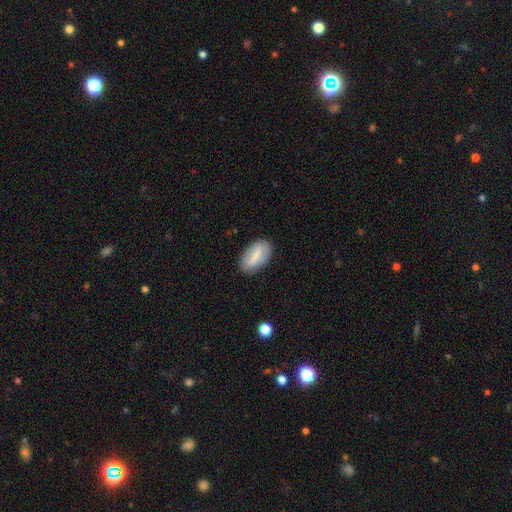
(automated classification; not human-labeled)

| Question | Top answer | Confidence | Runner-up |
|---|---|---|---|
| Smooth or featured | smooth | 63% | featured or disk (30%) |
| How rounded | in between | 89% | cigar-shaped (7%) |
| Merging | none | 79% | minor disturbance (15%) |